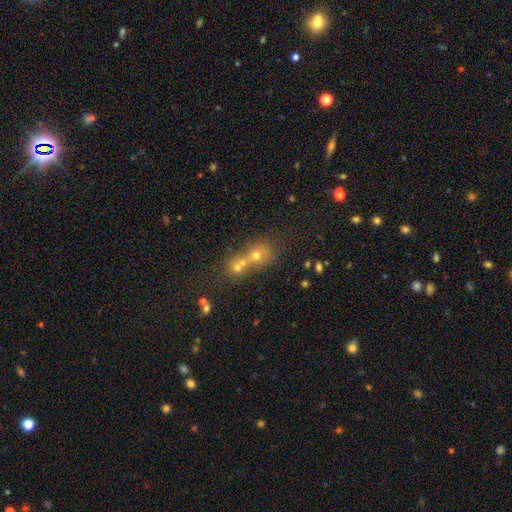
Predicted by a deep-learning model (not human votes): This is possibly a smooth galaxy (53%). How rounded: likely round (71%). Merging: likely merger (62%).